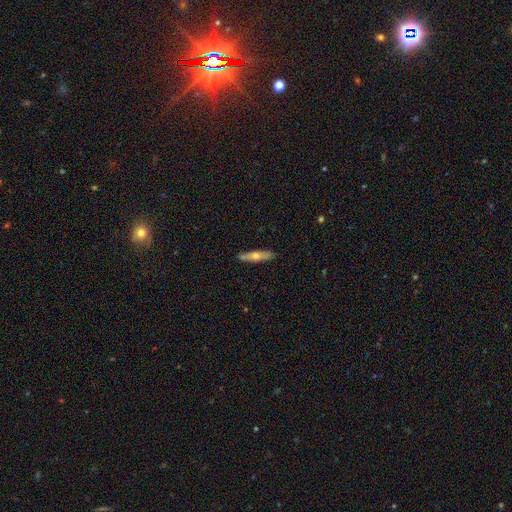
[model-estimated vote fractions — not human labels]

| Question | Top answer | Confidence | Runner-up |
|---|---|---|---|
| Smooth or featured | smooth | 48% | featured or disk (46%) |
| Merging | none | 86% | minor disturbance (10%) |